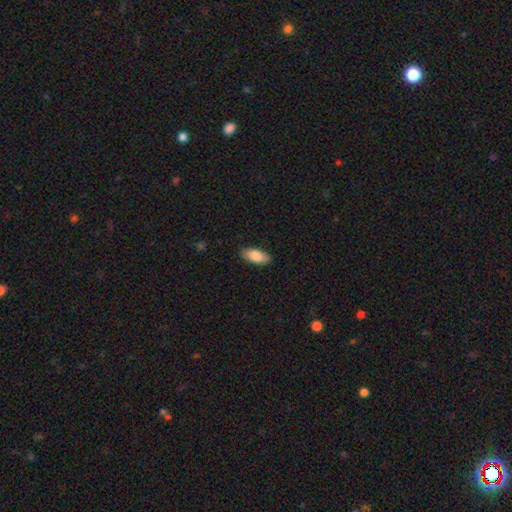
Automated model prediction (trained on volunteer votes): Q: Smooth or featured?
A: smooth (82%); runner-up: featured or disk (12%)
Q: How rounded?
A: in between (88%); runner-up: cigar-shaped (10%)
Q: Merging?
A: none (89%); runner-up: minor disturbance (9%)